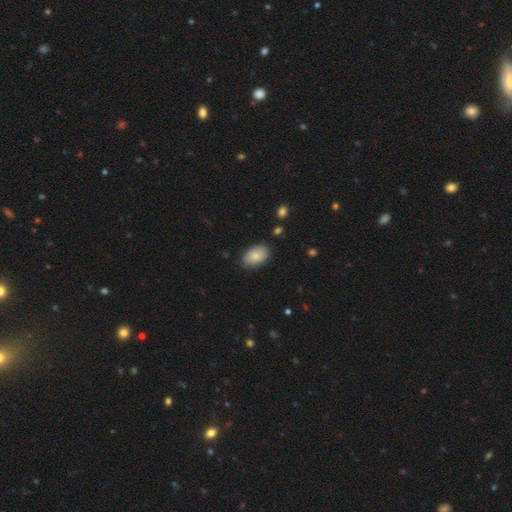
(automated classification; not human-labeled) Q: Smooth or featured?
A: smooth (84%); runner-up: featured or disk (9%)
Q: How rounded?
A: in between (90%); runner-up: round (9%)
Q: Merging?
A: none (84%); runner-up: minor disturbance (13%)